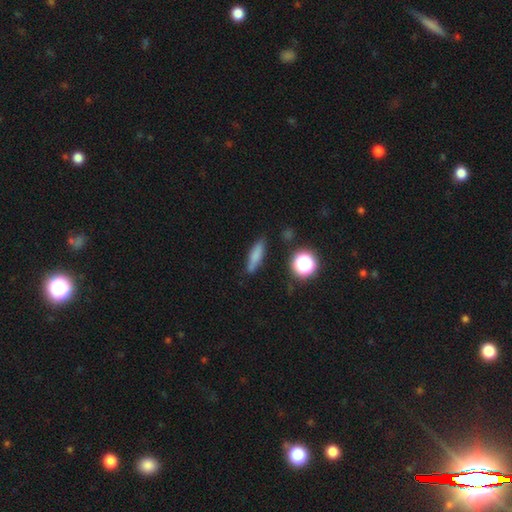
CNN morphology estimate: type=smooth (72%); roundness=cigar-shaped (69%); merging=none (79%).